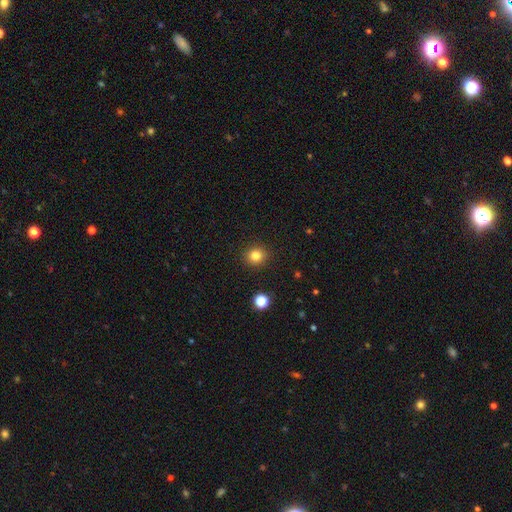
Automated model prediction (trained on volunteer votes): A smooth galaxy with no disk features (82%) that is round (88%). Merging: none (91%).